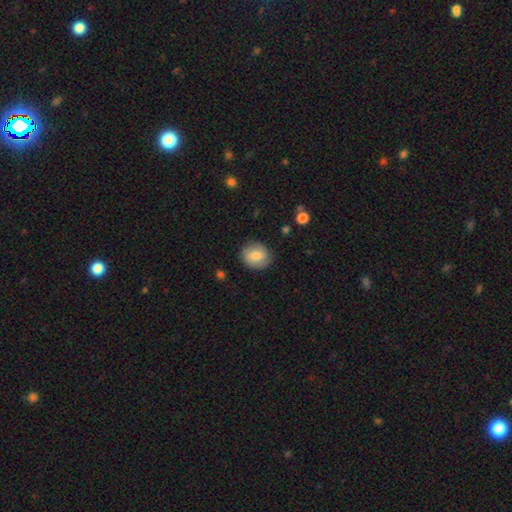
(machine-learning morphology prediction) Smooth or featured? smooth (72%)
How rounded? round (75%)
Merging? none (83%)